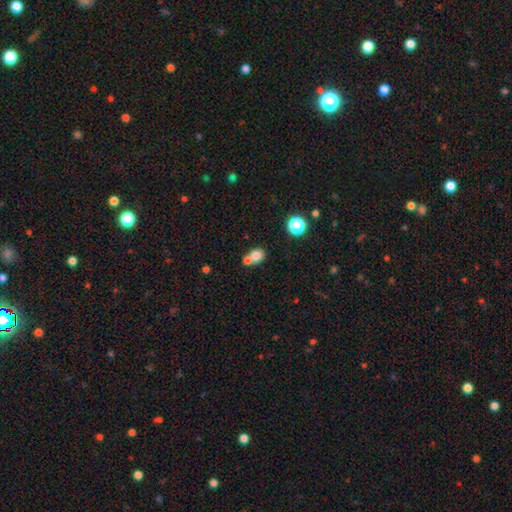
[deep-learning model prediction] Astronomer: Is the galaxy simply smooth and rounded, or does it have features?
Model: smooth — 77%.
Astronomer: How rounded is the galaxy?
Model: round — 72%.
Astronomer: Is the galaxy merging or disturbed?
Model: merger — 48% (runner-up: none, 42%).